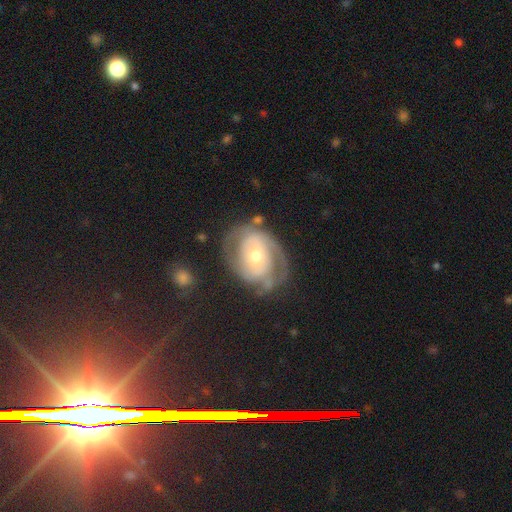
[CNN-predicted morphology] Smooth or featured: featured or disk — 78% (smooth — 17%)
Edge-on disk: no — 97% (yes — 3%)
Bar: no — 67% (weak — 25%)
Spiral arms: yes — 83% (no — 17%)
Spiral winding: tight — 58% (medium — 31%)
Spiral arm count: 2 — 51% (can't tell — 27%)
Bulge size: moderate — 64% (small — 29%)
Merging: none — 58% (minor disturbance — 23%)